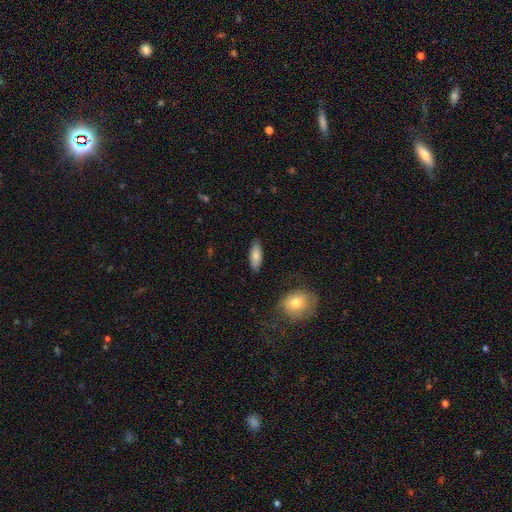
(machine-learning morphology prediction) Q: Smooth or featured?
A: smooth (82%); runner-up: featured or disk (12%)
Q: How rounded?
A: in between (72%); runner-up: cigar-shaped (26%)
Q: Merging?
A: none (86%); runner-up: minor disturbance (10%)